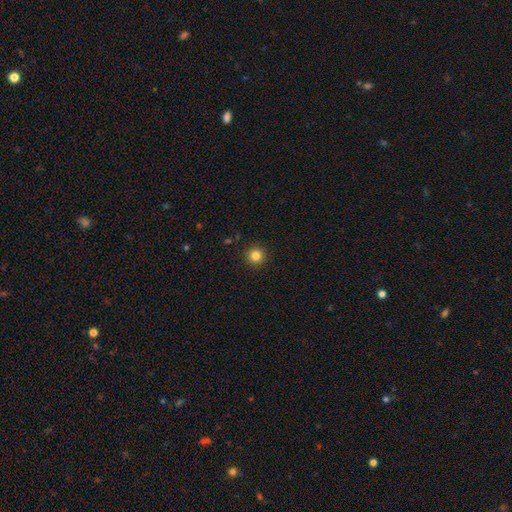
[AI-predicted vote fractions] A smooth galaxy with no disk features (83%) that is round (96%). Merging: none (92%).